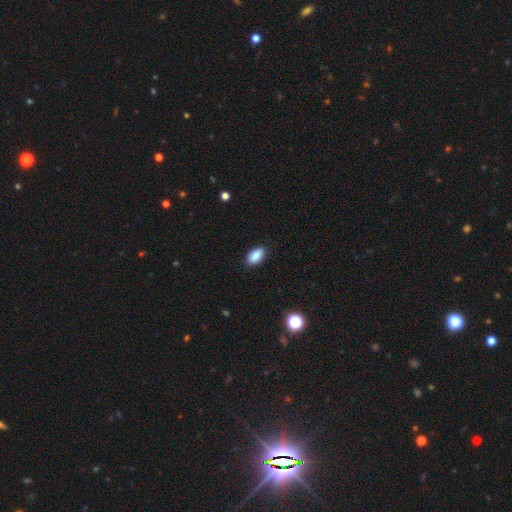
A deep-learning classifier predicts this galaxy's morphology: Smooth or featured? Predicted: smooth (p=0.89). How rounded? Predicted: in between (p=0.93). Merging? Predicted: none (p=0.88).